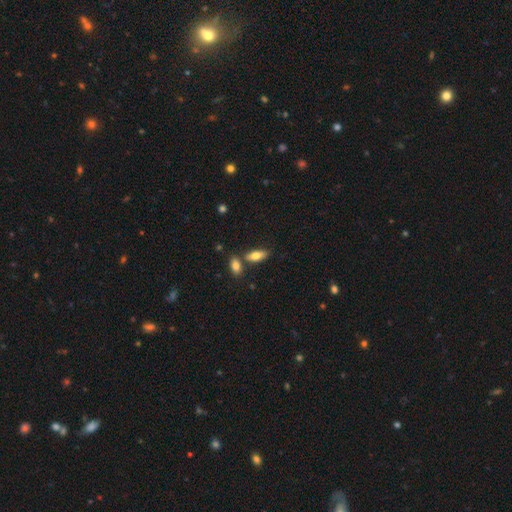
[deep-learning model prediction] Overall: smooth (75%). How rounded: in between (77%). Merging: none (68%).